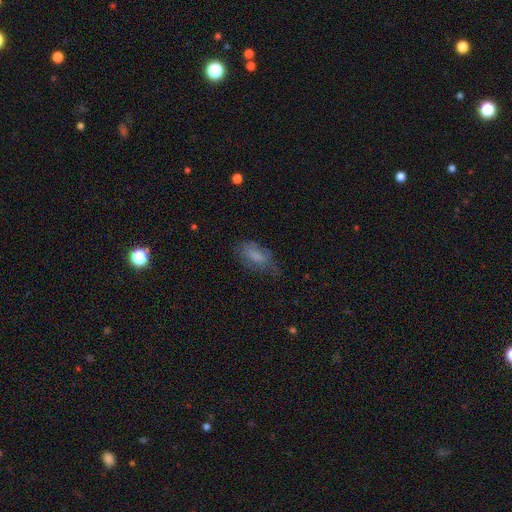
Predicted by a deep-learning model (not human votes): smooth 68%, featured or disk 23%, star or artifact 9%. Down the decision tree: how rounded — in between (87%); merging — none (49%).